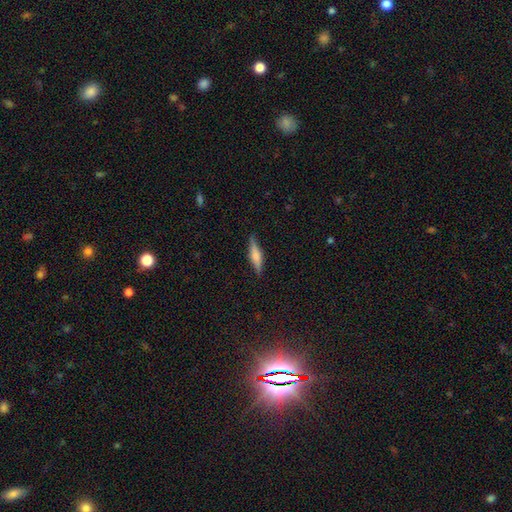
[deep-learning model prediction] Q: Smooth or featured?
A: smooth (49%); runner-up: featured or disk (43%)
Q: Merging?
A: none (85%); runner-up: minor disturbance (12%)